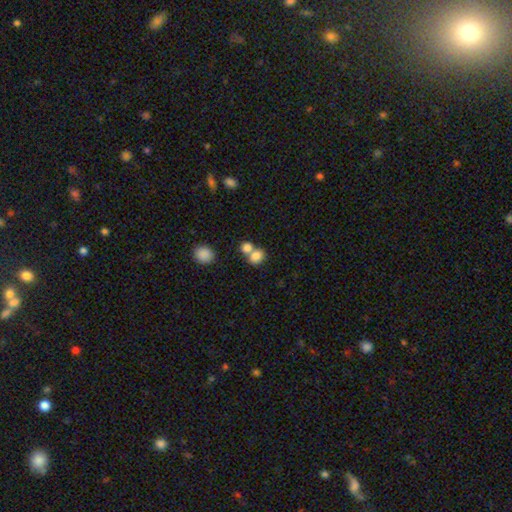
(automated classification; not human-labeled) A smooth galaxy with no disk features (81%) that is round (55%).

Vote fractions:
- Smooth or featured? smooth: 81% / star or artifact: 10% / featured or disk: 9%
- How rounded? round: 55% / in between: 43% / cigar-shaped: 1%
- Merging? merger: 55% / none: 35% / minor disturbance: 7% / major disturbance: 3%